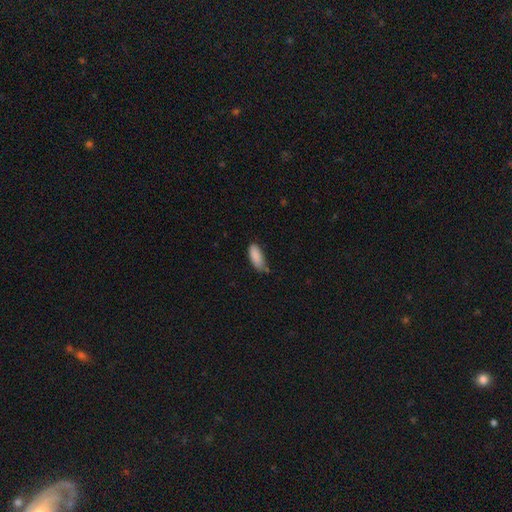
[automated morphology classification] This appears to be a smooth galaxy with no disk features (88%) that is in between round and cigar-shaped (79%). Merging: none (61%).